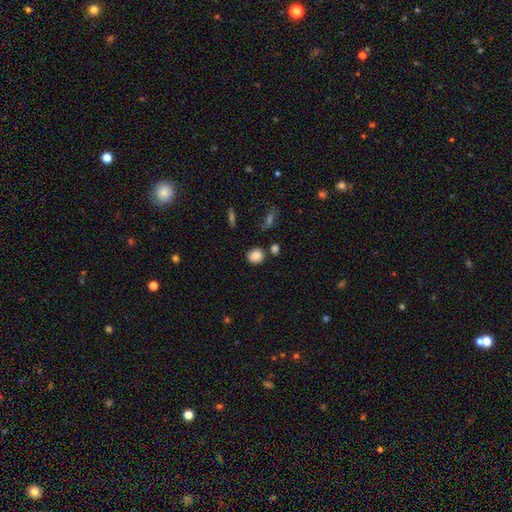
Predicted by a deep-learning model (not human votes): Smooth or featured?
  - smooth: 85% *
  - star or artifact: 10%
  - featured or disk: 5%
How rounded?
  - round: 78% *
  - in between: 21%
  - cigar-shaped: 1%
Merging?
  - none: 77% *
  - minor disturbance: 12%
  - merger: 7%
  - major disturbance: 3%